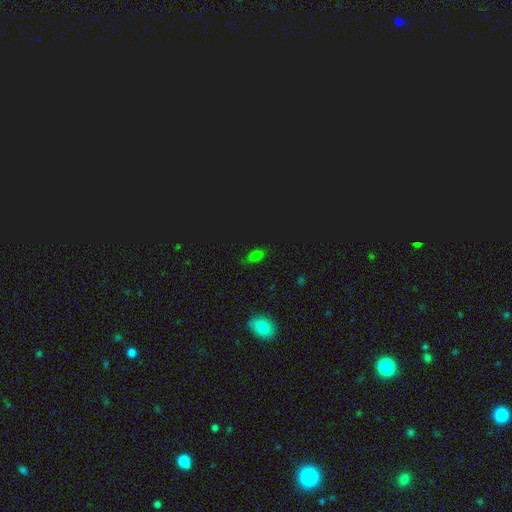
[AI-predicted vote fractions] smooth 64%, star or artifact 28%, featured or disk 8%. Down the decision tree: how rounded — in between (83%); merging — none (81%).